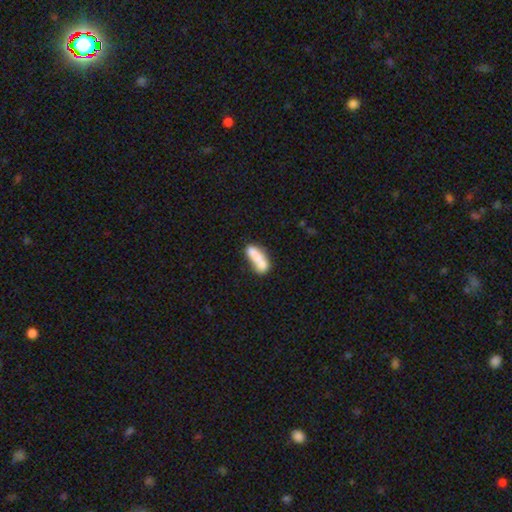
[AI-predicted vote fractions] A smooth galaxy with no disk features (68%) that is in between round and cigar-shaped (66%). Merging: merger (54%).